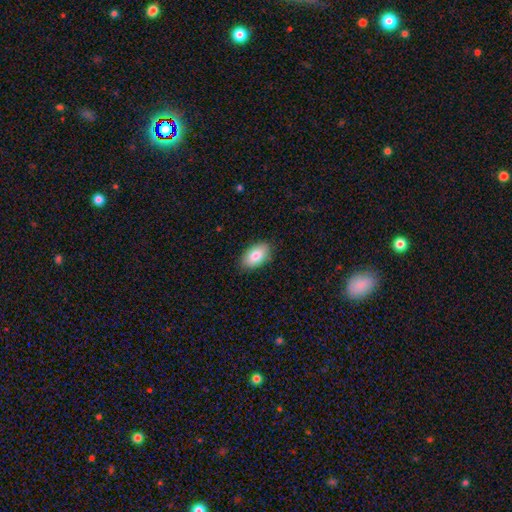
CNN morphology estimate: Q: Smooth or featured?
A: smooth (83%); runner-up: featured or disk (11%)
Q: How rounded?
A: in between (93%); runner-up: round (5%)
Q: Merging?
A: none (86%); runner-up: minor disturbance (11%)